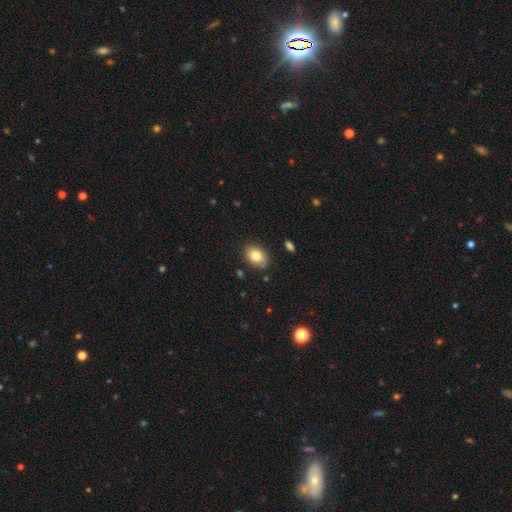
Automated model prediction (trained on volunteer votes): Morphology: type=smooth (82%); roundness=in between (77%); merging=none (81%).